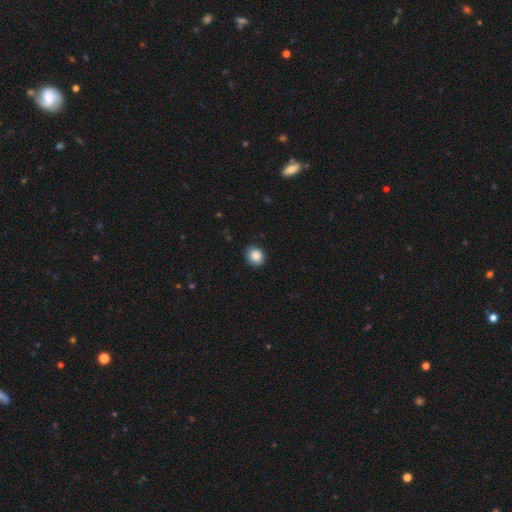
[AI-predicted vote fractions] smooth 87%, star or artifact 9%, featured or disk 4%. Down the decision tree: how rounded — round (77%); merging — none (86%).